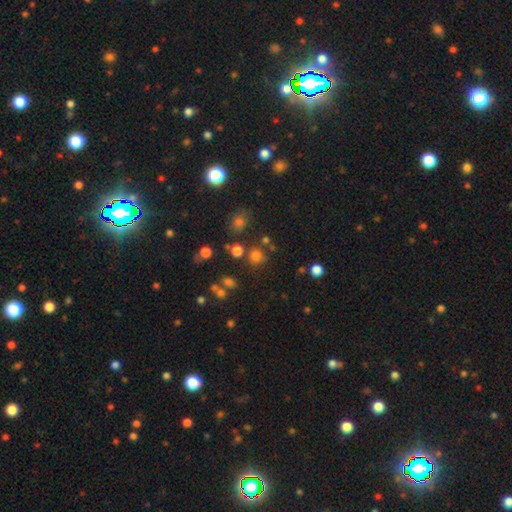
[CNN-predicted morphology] Smooth or featured?
  - smooth: 75% *
  - star or artifact: 18%
  - featured or disk: 6%
How rounded?
  - round: 86% *
  - in between: 13%
  - cigar-shaped: 1%
Merging?
  - none: 73% *
  - minor disturbance: 11%
  - merger: 10%
  - major disturbance: 5%